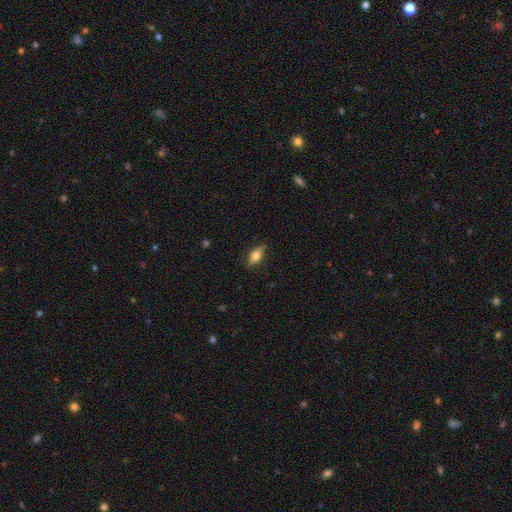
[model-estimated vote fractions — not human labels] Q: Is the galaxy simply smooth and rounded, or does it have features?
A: smooth — 68%.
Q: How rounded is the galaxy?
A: in between — 81%.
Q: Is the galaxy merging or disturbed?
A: none — 79%.